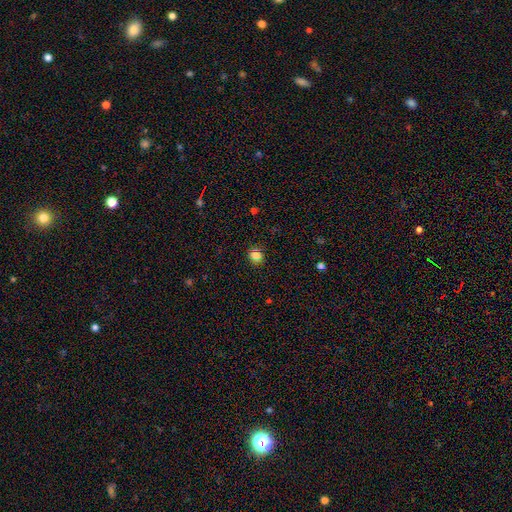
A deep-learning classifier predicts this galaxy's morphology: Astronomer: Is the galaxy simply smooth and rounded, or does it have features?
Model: smooth — 78%.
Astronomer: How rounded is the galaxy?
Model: round — 72%.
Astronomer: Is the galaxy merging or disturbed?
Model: none — 86%.